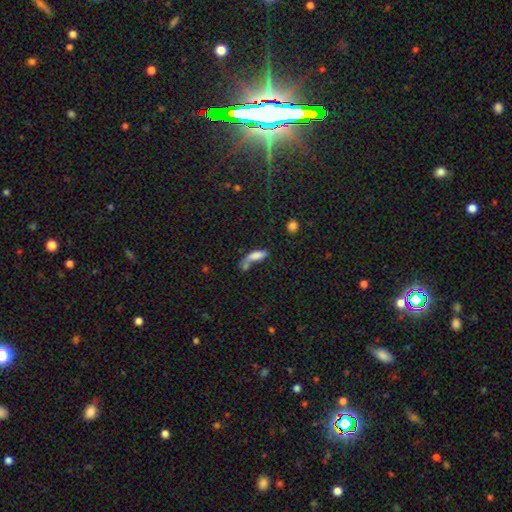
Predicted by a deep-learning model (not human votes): Smooth or featured: smooth — 74% (featured or disk — 15%)
How rounded: in between — 56% (cigar-shaped — 41%)
Merging: merger — 44% (none — 27%)